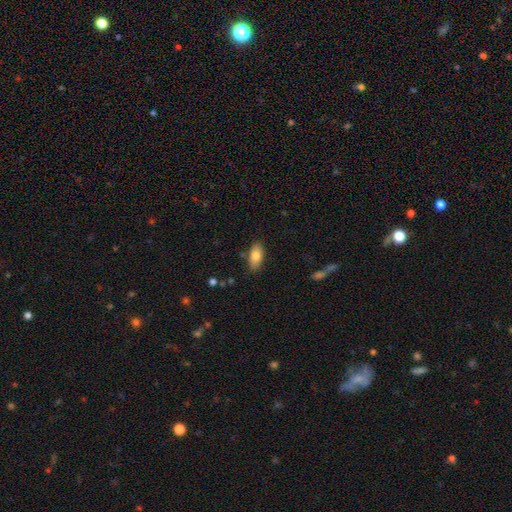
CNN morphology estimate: Smooth or featured: smooth — 81% (featured or disk — 12%)
How rounded: in between — 90% (cigar-shaped — 7%)
Merging: none — 83% (minor disturbance — 12%)